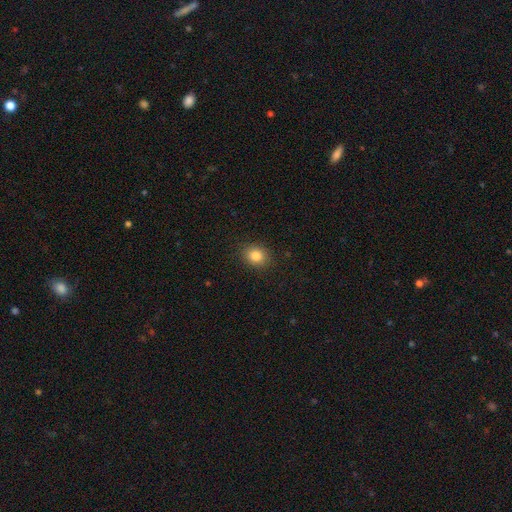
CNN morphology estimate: This appears to be a smooth galaxy with no disk features (85%) that is round (55%). Merging: none (88%).